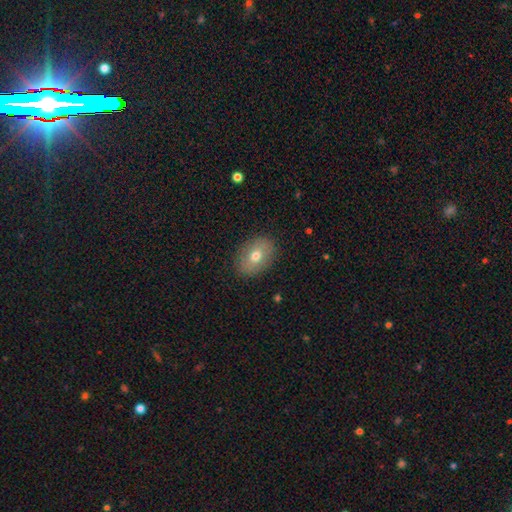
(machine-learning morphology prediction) This appears to be a smooth galaxy with no disk features (68%) that is in between round and cigar-shaped (81%). Merging: none (88%).